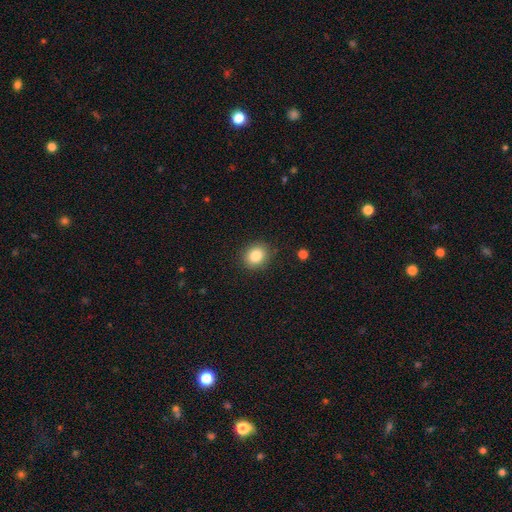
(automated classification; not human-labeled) Smooth or featured? smooth (84%)
How rounded? round (70%)
Merging? none (88%)